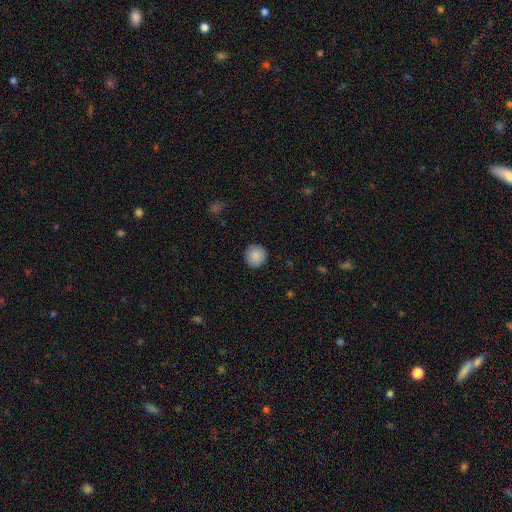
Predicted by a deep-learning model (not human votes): Smooth or featured?
  - smooth: 88% *
  - star or artifact: 7%
  - featured or disk: 5%
How rounded?
  - round: 93% *
  - in between: 6%
  - cigar-shaped: 1%
Merging?
  - none: 91% *
  - minor disturbance: 6%
  - major disturbance: 2%
  - merger: 1%